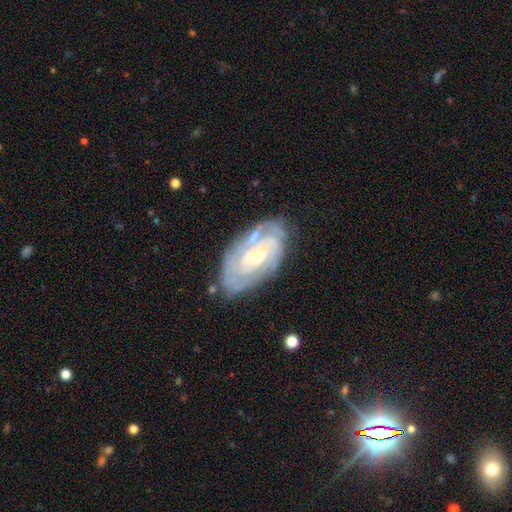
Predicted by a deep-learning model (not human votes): Overall: featured or disk (80%). Edge-on disk: no (94%). Bar: weak (43%; no 42%). Spiral arms: yes (87%). Spiral arm count: can't tell (50%; 2 22%). Spiral winding: tight (72%). Bulge size: moderate (53%; small 38%). Merging: none (71%).